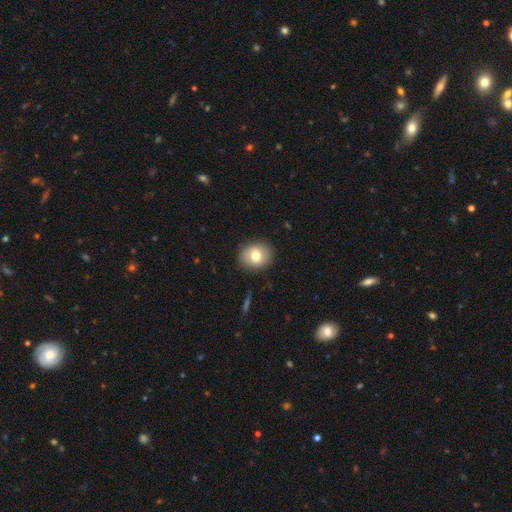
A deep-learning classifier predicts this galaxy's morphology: Smooth or featured? smooth (76%)
How rounded? round (66%)
Merging? none (89%)